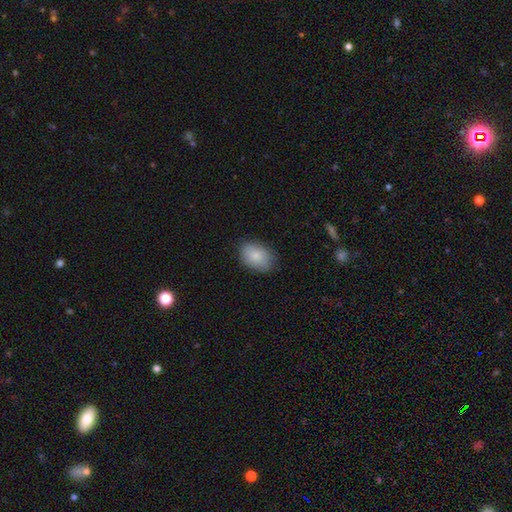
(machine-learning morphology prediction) This appears to be a smooth galaxy with no disk features (83%) that is in between round and cigar-shaped (80%). Merging: none (81%).